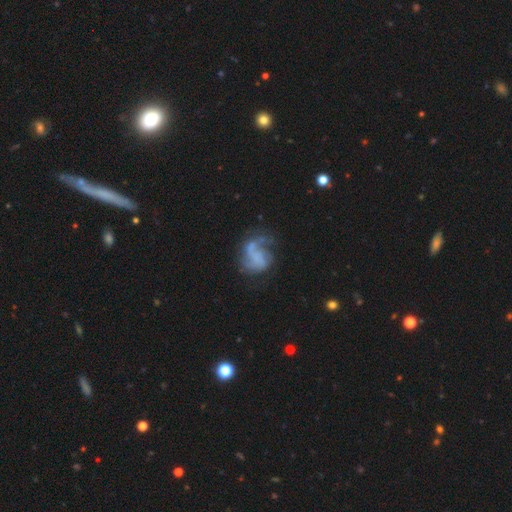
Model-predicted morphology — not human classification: A featured or disk galaxy (68%) with no bar (68%), spiral arms (74%) and no central bulge (75%).

Vote fractions:
- Smooth or featured? featured or disk: 68% / smooth: 23% / star or artifact: 9%
- Edge-on disk? no: 98% / yes: 2%
- Bar? no: 68% / weak: 24% / strong: 8%
- Spiral arms? yes: 74% / no: 26%
- Bulge size? none: 75% / small: 11% / moderate: 7% / large: 5% / dominant: 2%
- Merging? none: 40% / major disturbance: 33% / minor disturbance: 20% / merger: 7%